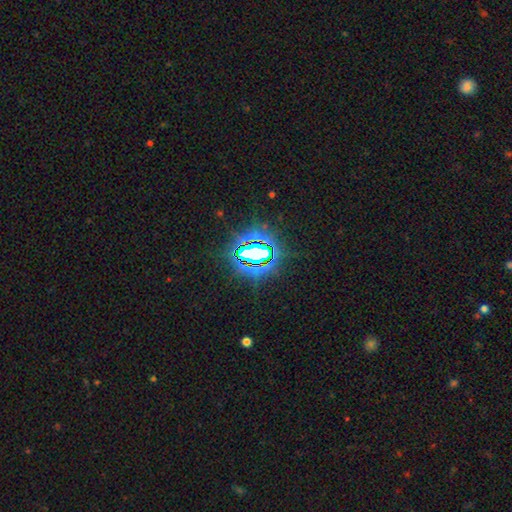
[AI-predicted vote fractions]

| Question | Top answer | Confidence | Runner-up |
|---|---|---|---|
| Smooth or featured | star or artifact | 82% | smooth (11%) |